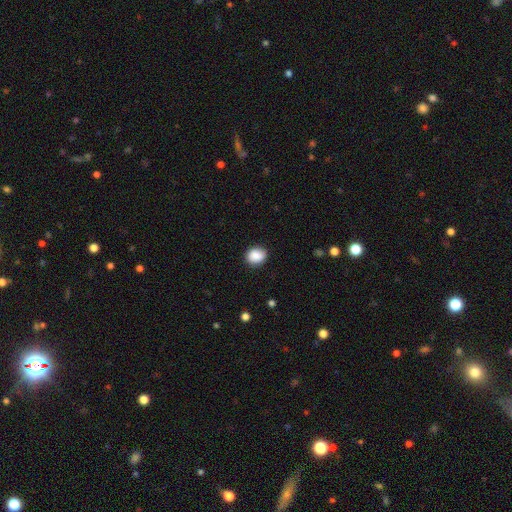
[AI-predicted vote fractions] Q: Smooth or featured?
A: smooth (89%); runner-up: star or artifact (8%)
Q: How rounded?
A: round (58%); runner-up: in between (41%)
Q: Merging?
A: none (85%); runner-up: minor disturbance (11%)